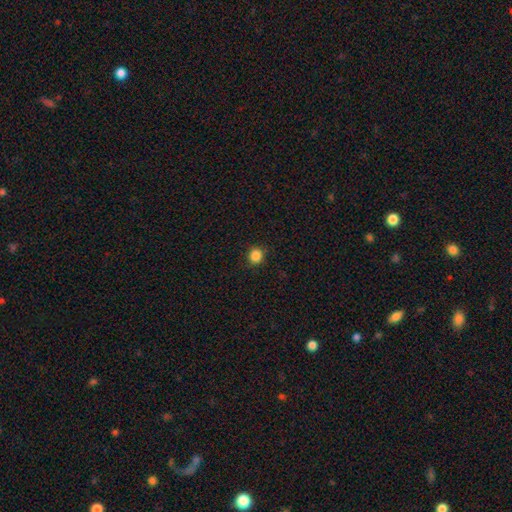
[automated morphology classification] Smooth or featured? Predicted: smooth (p=0.85). How rounded? Predicted: round (p=0.90). Merging? Predicted: none (p=0.90).